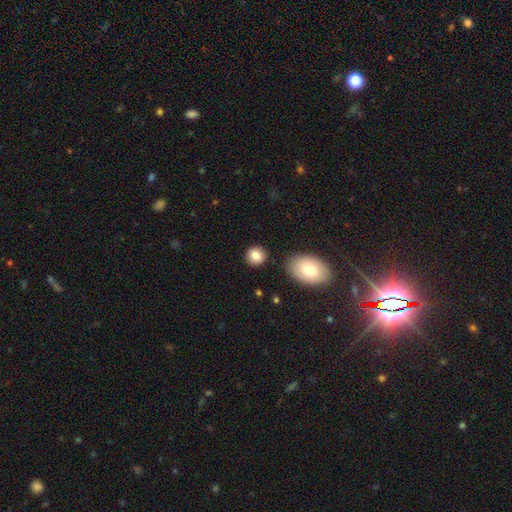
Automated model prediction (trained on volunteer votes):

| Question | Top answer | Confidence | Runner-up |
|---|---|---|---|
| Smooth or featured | smooth | 83% | star or artifact (9%) |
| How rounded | round | 85% | in between (14%) |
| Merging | none | 85% | minor disturbance (8%) |